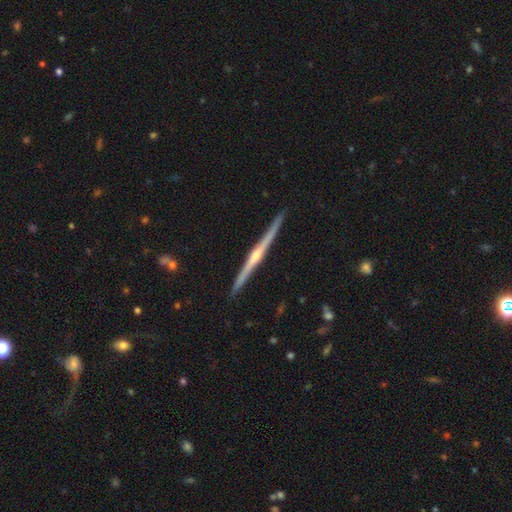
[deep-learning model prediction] featured or disk 85%, smooth 10%, star or artifact 5%. Down the decision tree: edge-on disk — yes (99%); edge-on bulge — rounded (82%); merging — none (92%).